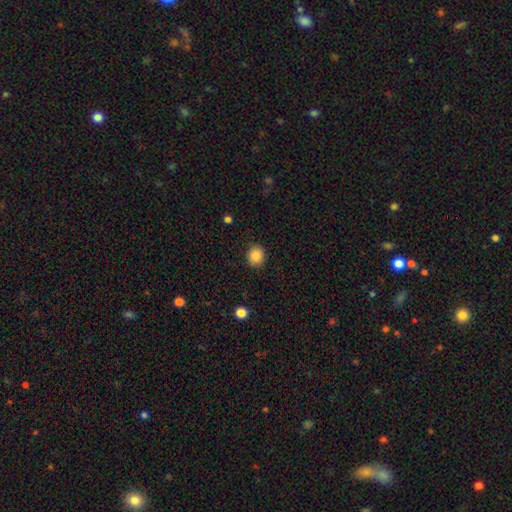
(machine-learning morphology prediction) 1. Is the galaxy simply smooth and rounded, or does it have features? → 87% smooth, 9% star or artifact, 4% featured or disk.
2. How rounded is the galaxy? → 80% round, 19% in between, 1% cigar-shaped.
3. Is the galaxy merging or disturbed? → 87% none, 10% minor disturbance, 2% major disturbance, 1% merger.